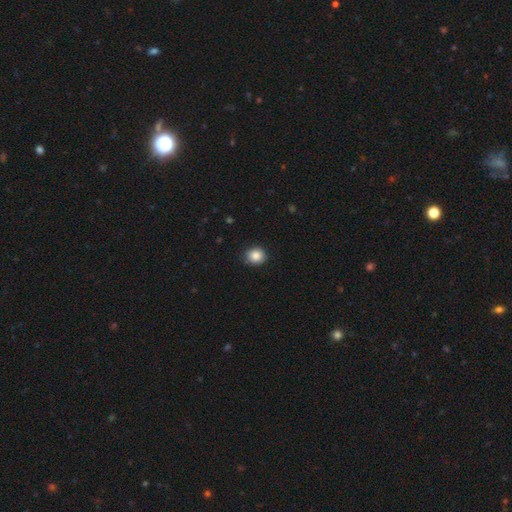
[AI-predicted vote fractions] This appears to be a smooth galaxy with no disk features (87%) that is round (83%). Merging: none (86%).